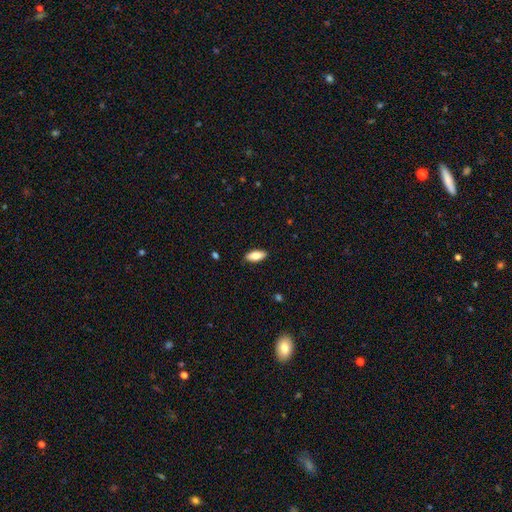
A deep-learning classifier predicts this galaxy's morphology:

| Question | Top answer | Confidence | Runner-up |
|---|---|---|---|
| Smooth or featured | smooth | 84% | featured or disk (9%) |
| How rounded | in between | 85% | cigar-shaped (13%) |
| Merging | none | 88% | minor disturbance (9%) |